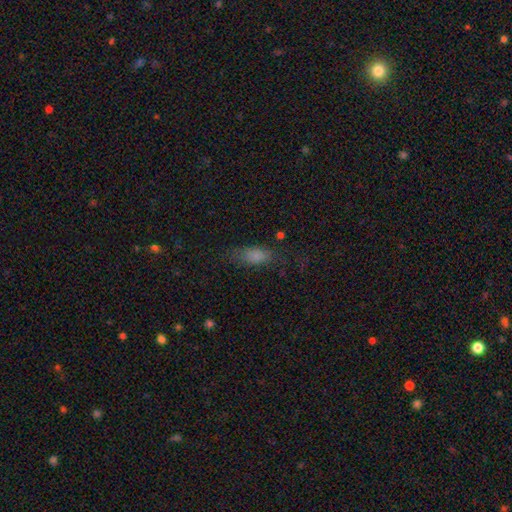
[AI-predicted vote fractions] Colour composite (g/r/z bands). It shows a smooth galaxy with no disk features (78%) that is in between round and cigar-shaped (75%). Merging: none (64%).